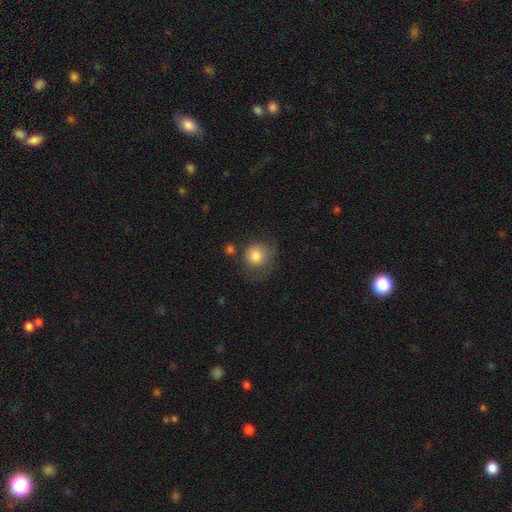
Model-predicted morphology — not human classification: Overall: smooth (80%). How rounded: round (85%). Merging: none (53%; minor disturbance 26%).